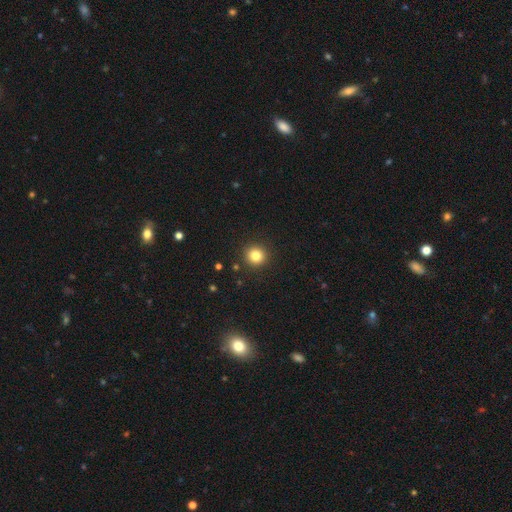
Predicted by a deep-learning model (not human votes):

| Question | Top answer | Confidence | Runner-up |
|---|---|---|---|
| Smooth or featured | smooth | 83% | star or artifact (12%) |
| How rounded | round | 93% | in between (6%) |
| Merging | none | 92% | minor disturbance (5%) |